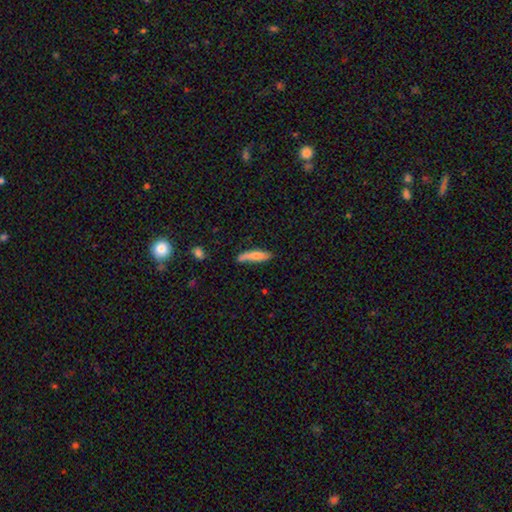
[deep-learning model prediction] smooth-or-featured: smooth: 73% | featured or disk: 21% | star or artifact: 6%
  how-rounded: cigar-shaped: 76% | in between: 22% | round: 2%
  merging: none: 66% | minor disturbance: 23% | merger: 6% | major disturbance: 5%